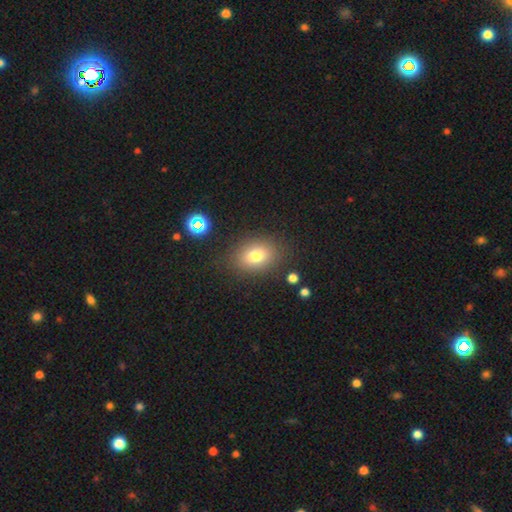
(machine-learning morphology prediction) A smooth galaxy with no disk features (77%) that is in between round and cigar-shaped (65%). Merging: none (83%).